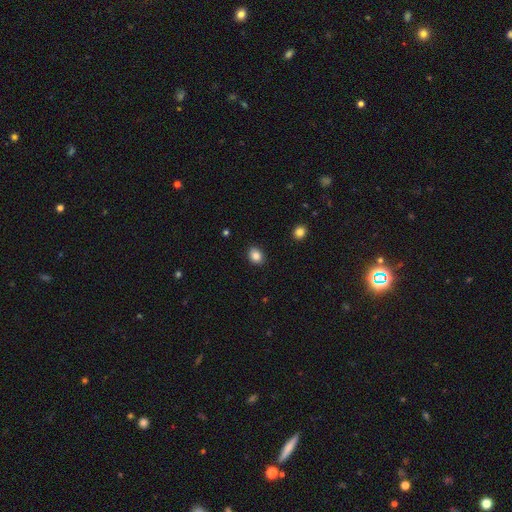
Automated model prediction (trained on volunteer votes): Smooth or featured: smooth — 87% (star or artifact — 9%)
How rounded: in between — 53% (round — 46%)
Merging: none — 89% (minor disturbance — 8%)